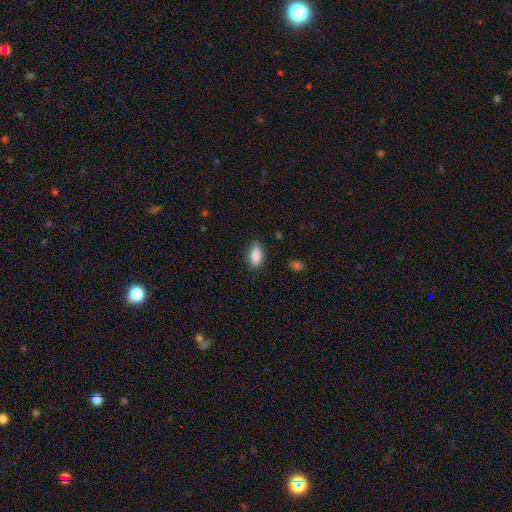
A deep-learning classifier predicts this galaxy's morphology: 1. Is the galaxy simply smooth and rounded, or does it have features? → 87% smooth, 7% star or artifact, 6% featured or disk.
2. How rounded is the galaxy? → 88% in between, 8% cigar-shaped, 4% round.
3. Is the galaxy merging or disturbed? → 84% none, 13% minor disturbance, 3% major disturbance, 1% merger.